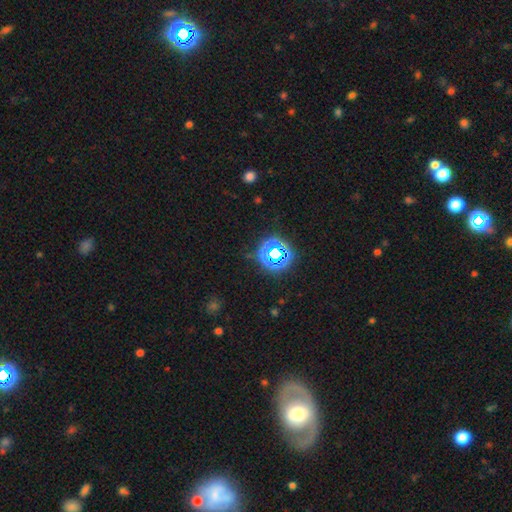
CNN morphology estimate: smooth_or_featured: star or artifact (p=0.67) [alt: smooth p=0.22]